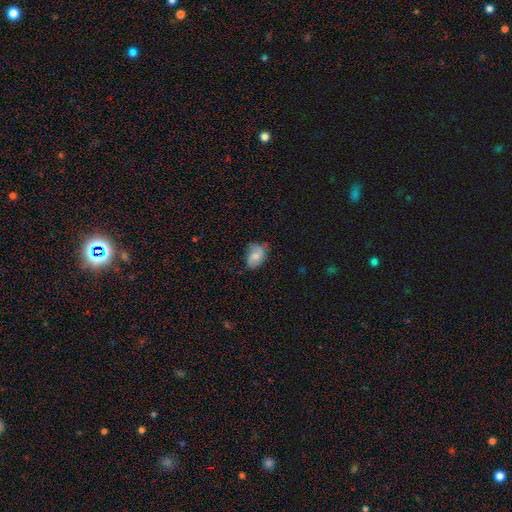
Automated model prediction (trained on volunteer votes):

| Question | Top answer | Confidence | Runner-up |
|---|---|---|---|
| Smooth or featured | smooth | 55% | featured or disk (37%) |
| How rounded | in between | 82% | round (17%) |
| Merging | none | 55% | minor disturbance (32%) |